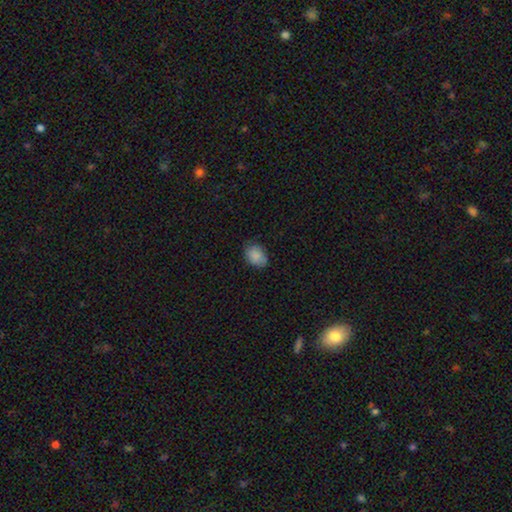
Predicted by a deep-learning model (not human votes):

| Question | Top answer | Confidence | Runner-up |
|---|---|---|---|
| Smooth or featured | smooth | 88% | star or artifact (8%) |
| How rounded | in between | 68% | round (32%) |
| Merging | none | 79% | minor disturbance (17%) |